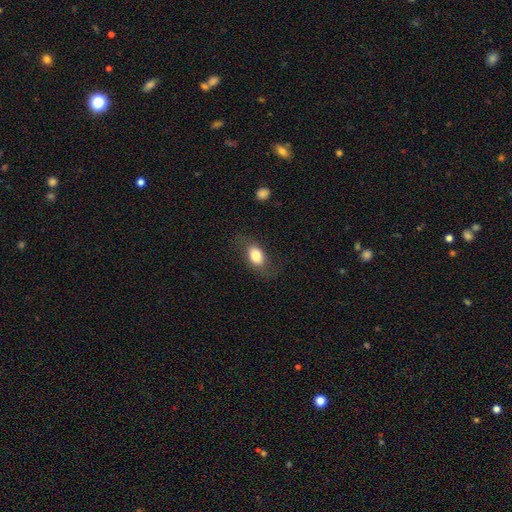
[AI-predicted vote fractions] Smooth or featured?
  - smooth: 76% *
  - featured or disk: 17%
  - star or artifact: 8%
How rounded?
  - in between: 79% *
  - round: 18%
  - cigar-shaped: 3%
Merging?
  - none: 70% *
  - minor disturbance: 19%
  - major disturbance: 10%
  - merger: 1%